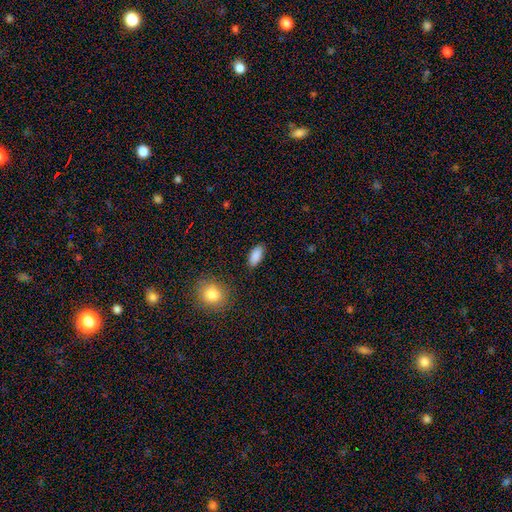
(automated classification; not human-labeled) A smooth galaxy with no disk features (89%) that is in between round and cigar-shaped (91%).

Vote fractions:
- Smooth or featured? smooth: 89% / star or artifact: 7% / featured or disk: 4%
- How rounded? in between: 91% / cigar-shaped: 6% / round: 3%
- Merging? none: 86% / minor disturbance: 10% / major disturbance: 2% / merger: 2%